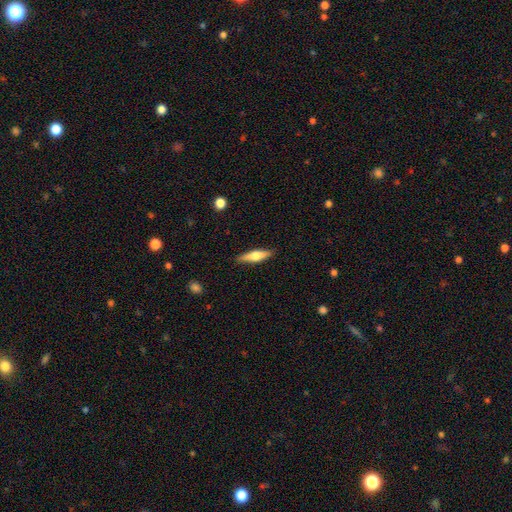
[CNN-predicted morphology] The model was most divided on "smooth or featured": smooth: 56%, featured or disk: 38%, star or artifact: 6%. More confident: merging — none (87%); how rounded — cigar-shaped (69%).